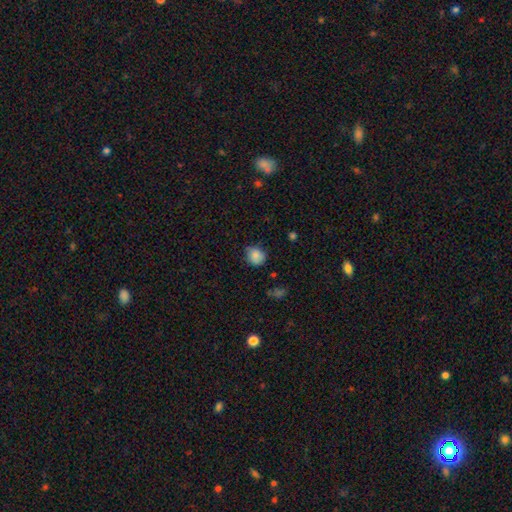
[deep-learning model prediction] A smooth galaxy with no disk features (84%) that is round (76%).

Vote fractions:
- Smooth or featured? smooth: 84% / star or artifact: 9% / featured or disk: 6%
- How rounded? round: 76% / in between: 23% / cigar-shaped: 1%
- Merging? none: 71% / minor disturbance: 23% / major disturbance: 4% / merger: 2%